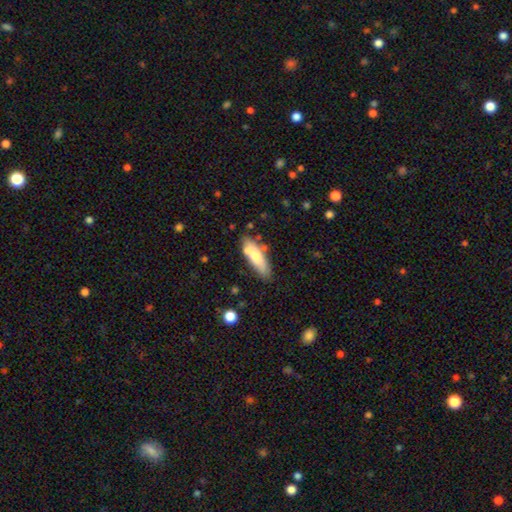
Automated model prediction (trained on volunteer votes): A smooth galaxy with no disk features (66%) that is cigar-shaped (51%).

Vote fractions:
- Smooth or featured? smooth: 66% / featured or disk: 28% / star or artifact: 6%
- How rounded? cigar-shaped: 51% / in between: 47% / round: 2%
- Merging? none: 64% / minor disturbance: 18% / merger: 13% / major disturbance: 5%